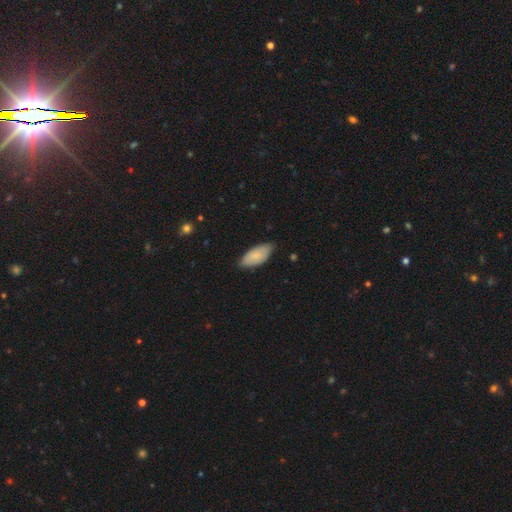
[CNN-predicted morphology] smooth_or_featured: smooth (p=0.83) [alt: featured or disk p=0.12]
how_rounded: in between (p=0.91) [alt: cigar-shaped p=0.07]
merging: none (p=0.75) [alt: minor disturbance p=0.21]